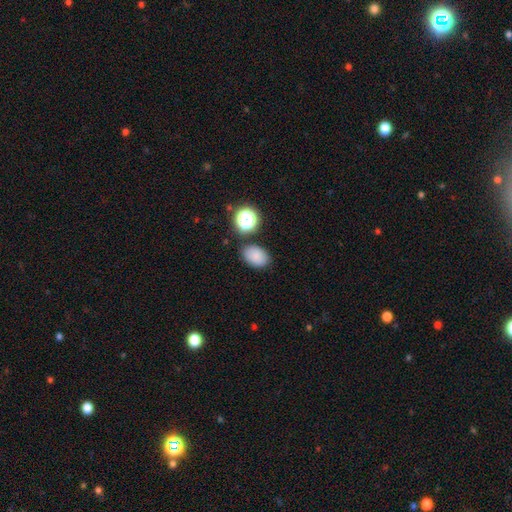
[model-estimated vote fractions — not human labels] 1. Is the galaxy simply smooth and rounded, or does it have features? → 81% smooth, 12% star or artifact, 7% featured or disk.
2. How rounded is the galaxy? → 80% in between, 19% round, 1% cigar-shaped.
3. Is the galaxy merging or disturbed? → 79% none, 12% minor disturbance, 5% merger, 3% major disturbance.